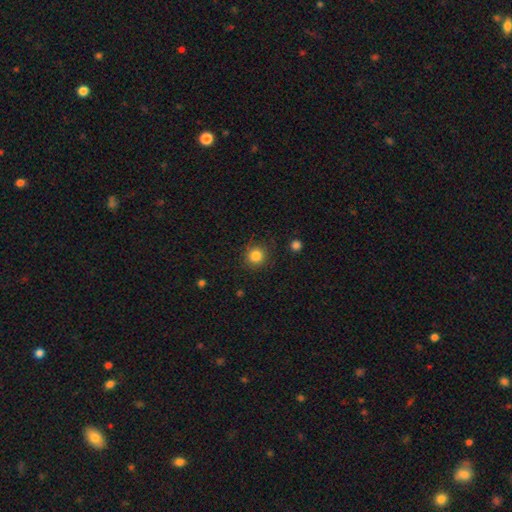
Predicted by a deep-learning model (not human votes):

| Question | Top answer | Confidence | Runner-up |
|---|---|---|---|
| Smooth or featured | smooth | 84% | star or artifact (11%) |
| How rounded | round | 91% | in between (8%) |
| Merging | none | 86% | minor disturbance (9%) |